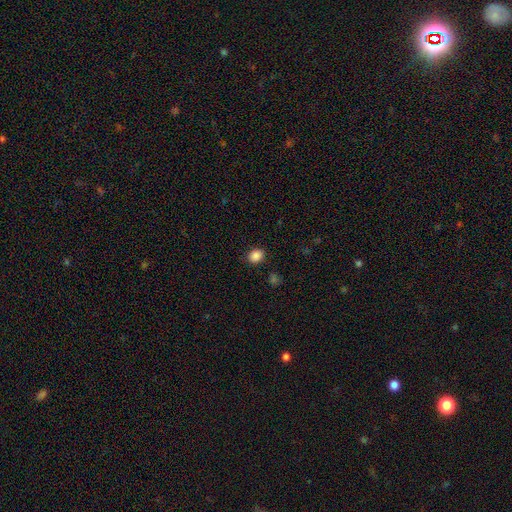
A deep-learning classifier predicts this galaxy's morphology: The model was most divided on "how rounded": round: 60%, in between: 39%, cigar-shaped: 1%. More confident: merging — none (89%); smooth or featured — smooth (87%).